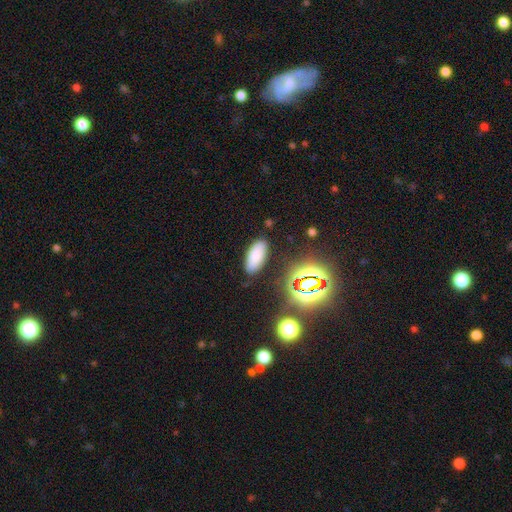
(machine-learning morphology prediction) type=smooth (75%); roundness=in between (86%); merging=none (85%).